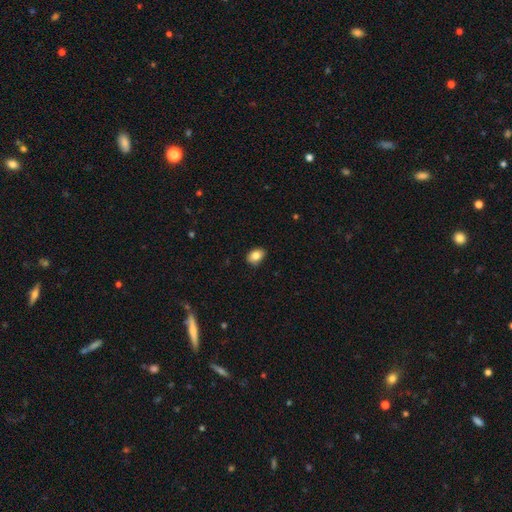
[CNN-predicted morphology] This is clearly a smooth galaxy (85%). How rounded: likely in between (76%). Merging: clearly none (86%).